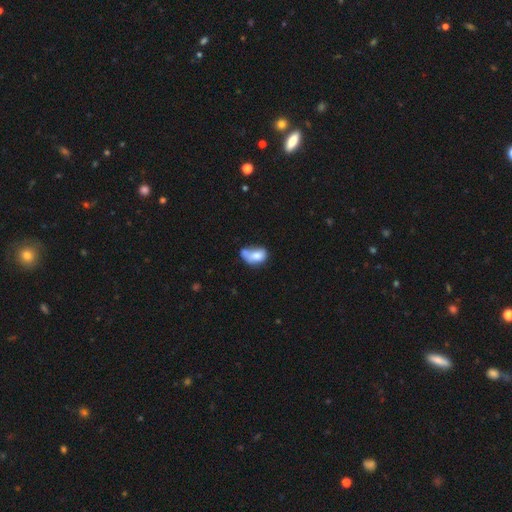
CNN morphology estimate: type=smooth (70%); roundness=in between (79%); merging=merger (42%).